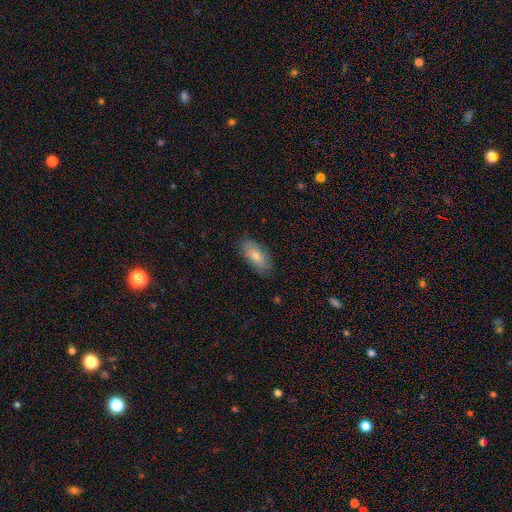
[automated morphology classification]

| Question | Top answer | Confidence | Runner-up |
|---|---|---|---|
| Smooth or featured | smooth | 77% | featured or disk (17%) |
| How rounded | in between | 90% | cigar-shaped (8%) |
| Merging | none | 81% | minor disturbance (15%) |